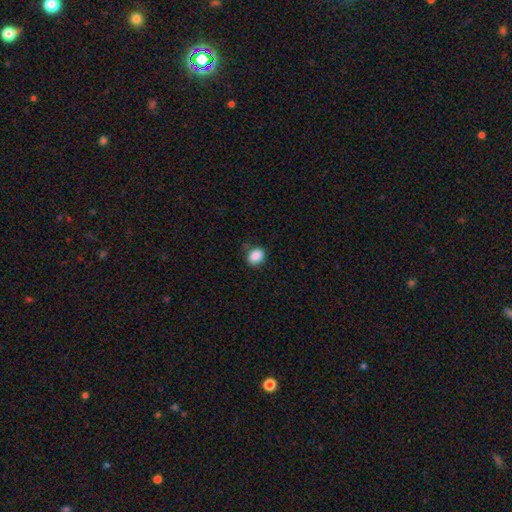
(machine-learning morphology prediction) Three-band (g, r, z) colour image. It shows a smooth galaxy with no disk features (88%) that is in between round and cigar-shaped (60%). Merging: none (79%).